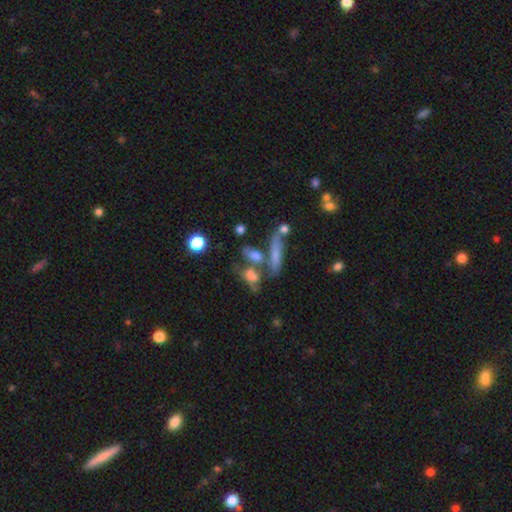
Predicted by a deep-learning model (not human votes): smooth-or-featured: smooth: 62% | featured or disk: 26% | star or artifact: 12%
  how-rounded: in between: 51% | cigar-shaped: 36% | round: 12%
  merging: merger: 38% | none: 37% | minor disturbance: 15% | major disturbance: 10%